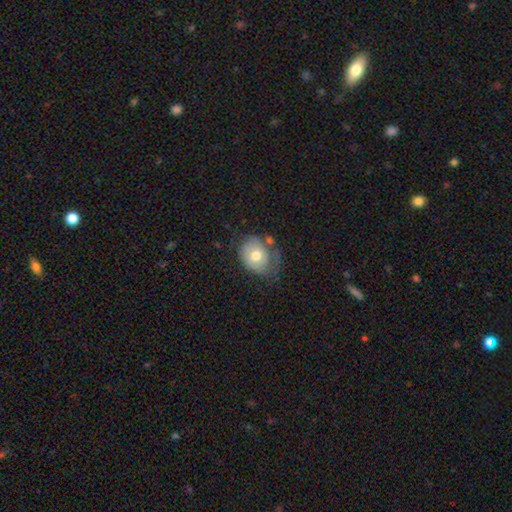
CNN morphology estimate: smooth_or_featured: smooth (p=0.62) [alt: featured or disk p=0.31]
how_rounded: round (p=0.51) [alt: in between p=0.49]
merging: none (p=0.44) [alt: minor disturbance p=0.31]